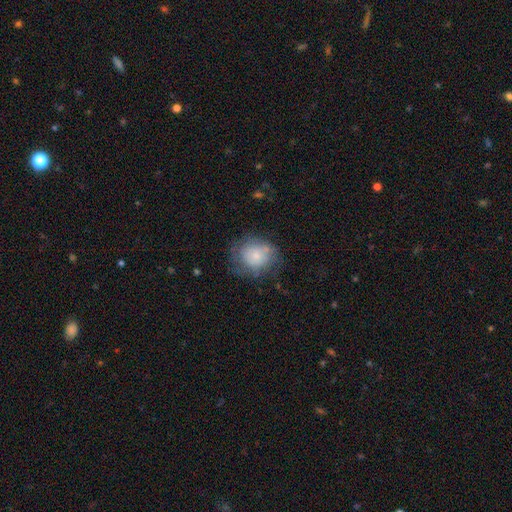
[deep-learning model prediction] A smooth galaxy with no disk features (65%) that is round (71%).

Vote fractions:
- Smooth or featured? smooth: 65% / featured or disk: 26% / star or artifact: 8%
- How rounded? round: 71% / in between: 28% / cigar-shaped: 1%
- Merging? none: 57% / minor disturbance: 26% / major disturbance: 14% / merger: 3%